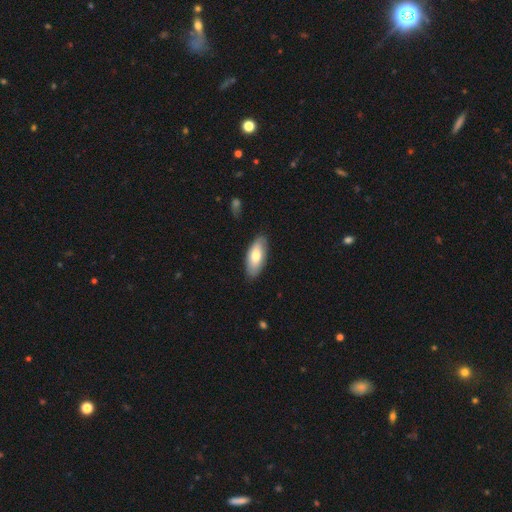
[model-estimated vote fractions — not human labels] Q: Smooth or featured?
A: smooth (73%); runner-up: featured or disk (21%)
Q: How rounded?
A: in between (85%); runner-up: cigar-shaped (13%)
Q: Merging?
A: none (86%); runner-up: minor disturbance (11%)